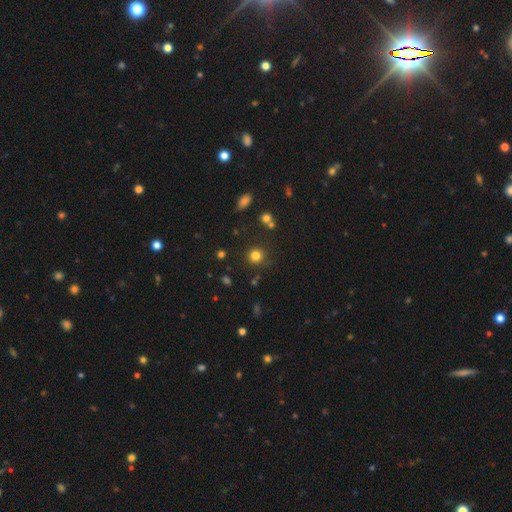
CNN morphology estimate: smooth-or-featured: smooth: 79% | star or artifact: 15% | featured or disk: 6%
  how-rounded: round: 90% | in between: 9% | cigar-shaped: 1%
  merging: none: 82% | minor disturbance: 10% | merger: 5% | major disturbance: 4%